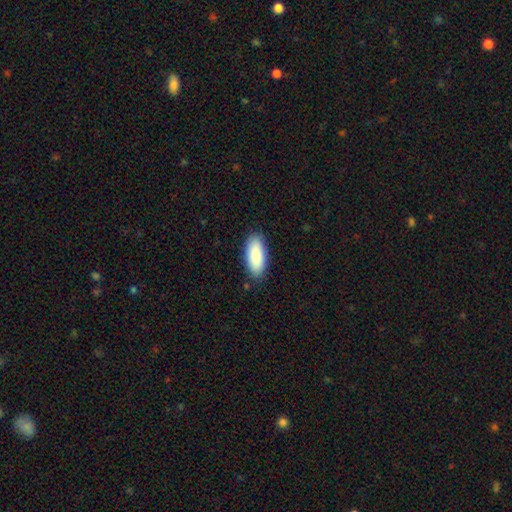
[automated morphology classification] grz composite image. It shows a smooth galaxy with no disk features (88%) that is in between round and cigar-shaped (88%). Merging: none (86%).